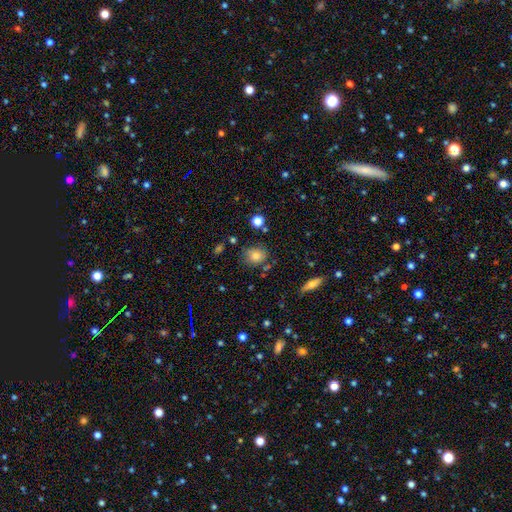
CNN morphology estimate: A smooth galaxy with no disk features (79%) that is round (61%). Merging: none (72%).